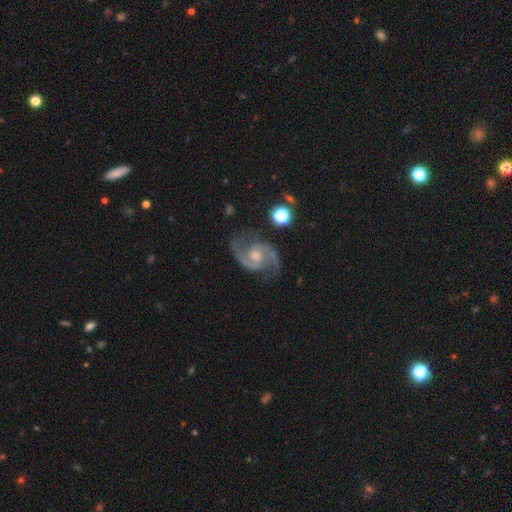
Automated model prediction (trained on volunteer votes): Smooth or featured: featured or disk — 91% (star or artifact — 5%)
Edge-on disk: no — 98% (yes — 2%)
Bar: no — 53% (weak — 39%)
Spiral arms: yes — 98% (no — 2%)
Spiral winding: medium — 64% (tight — 19%)
Spiral arm count: 2 — 93% (can't tell — 2%)
Bulge size: moderate — 54% (small — 33%)
Merging: none — 79% (minor disturbance — 14%)